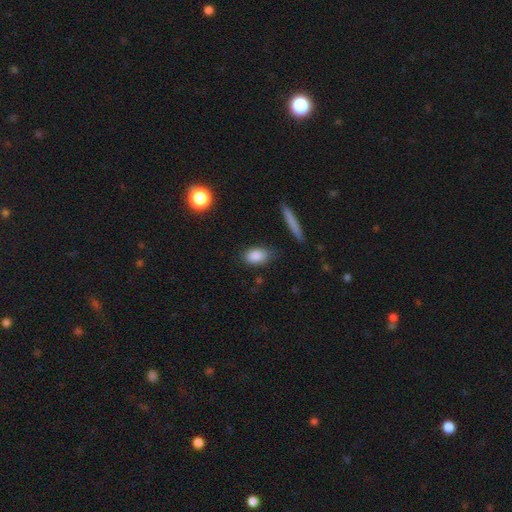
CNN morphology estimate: A smooth galaxy with no disk features (86%) that is in between round and cigar-shaped (85%).

Vote fractions:
- Smooth or featured? smooth: 86% / star or artifact: 8% / featured or disk: 6%
- How rounded? in between: 85% / round: 11% / cigar-shaped: 4%
- Merging? none: 79% / minor disturbance: 14% / major disturbance: 4% / merger: 3%